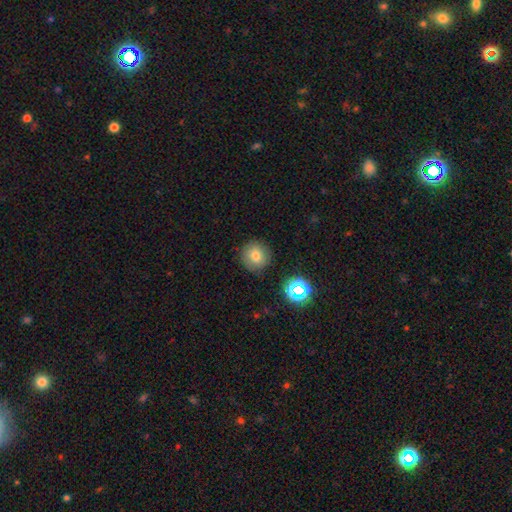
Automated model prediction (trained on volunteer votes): Overall: smooth (74%). How rounded: round (93%). Merging: none (84%).